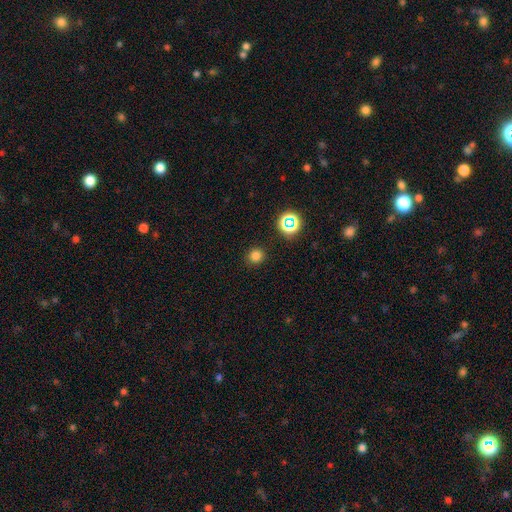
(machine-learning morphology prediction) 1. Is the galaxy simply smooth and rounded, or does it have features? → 78% smooth, 18% star or artifact, 4% featured or disk.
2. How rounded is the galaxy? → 92% round, 7% in between, 1% cigar-shaped.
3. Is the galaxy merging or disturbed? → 90% none, 6% minor disturbance, 2% major disturbance, 1% merger.